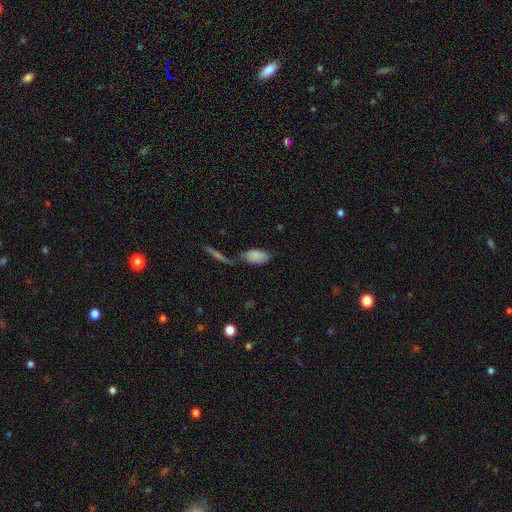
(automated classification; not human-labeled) This appears to be a smooth galaxy with no disk features (82%) that is in between round and cigar-shaped (91%). Merging: none (42%).